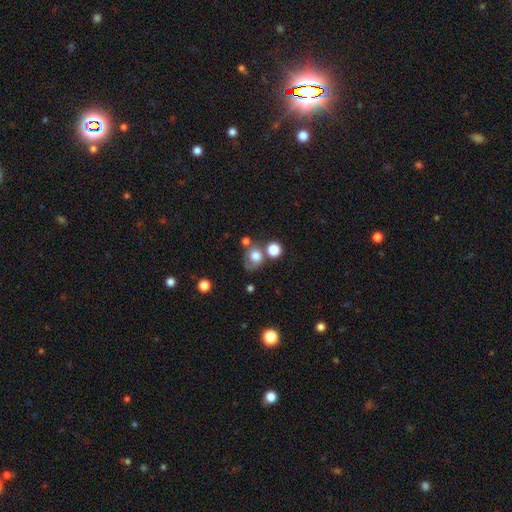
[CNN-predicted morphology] smooth 73%, featured or disk 16%, star or artifact 12%. Down the decision tree: how rounded — round (63%); merging — none (43%).